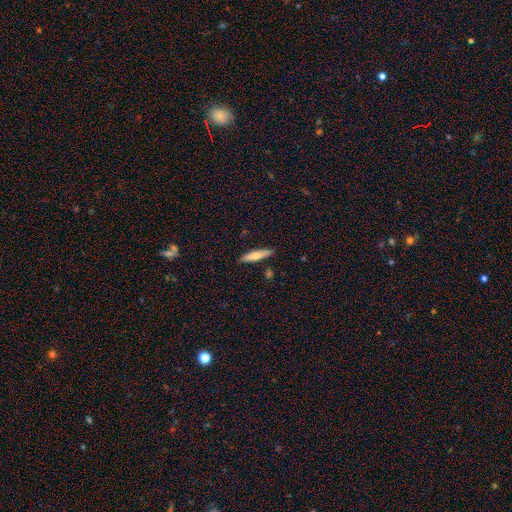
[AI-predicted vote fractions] This appears to be a smooth galaxy with no disk features (65%) that is cigar-shaped (83%). Merging: none (86%).